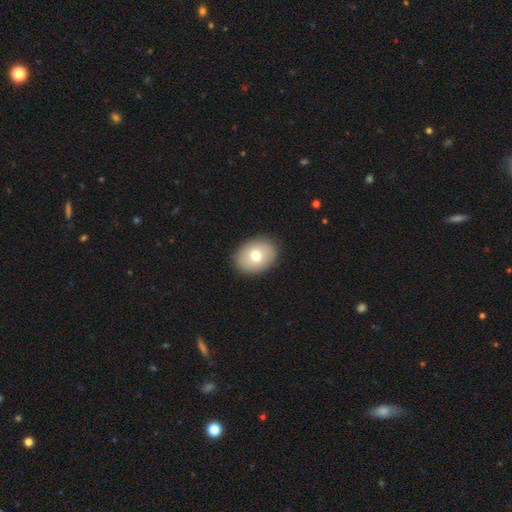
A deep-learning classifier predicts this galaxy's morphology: Smooth or featured? smooth (73%)
How rounded? in between (61%)
Merging? none (89%)